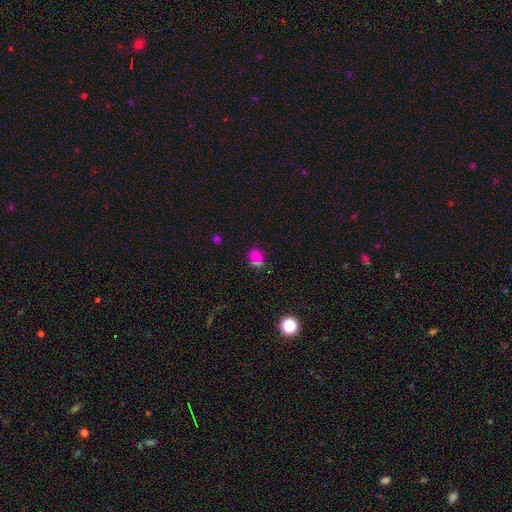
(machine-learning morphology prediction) Smooth or featured?
  - smooth: 65% *
  - star or artifact: 27%
  - featured or disk: 8%
How rounded?
  - round: 75% *
  - in between: 23%
  - cigar-shaped: 2%
Merging?
  - none: 72% *
  - minor disturbance: 13%
  - merger: 11%
  - major disturbance: 5%